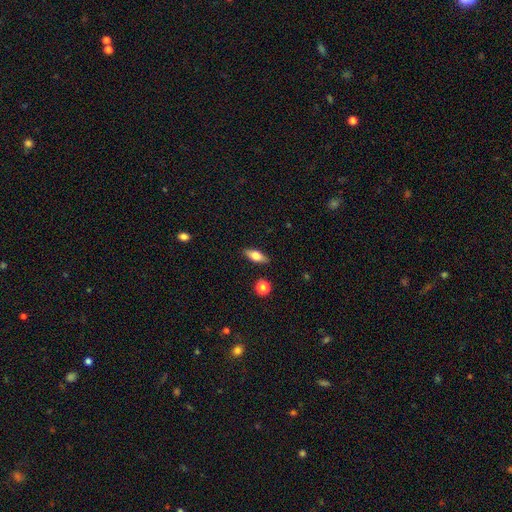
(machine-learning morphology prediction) Smooth or featured?
  - smooth: 66% *
  - featured or disk: 26%
  - star or artifact: 7%
How rounded?
  - in between: 73% *
  - cigar-shaped: 23%
  - round: 4%
Merging?
  - none: 87% *
  - minor disturbance: 9%
  - major disturbance: 2%
  - merger: 2%